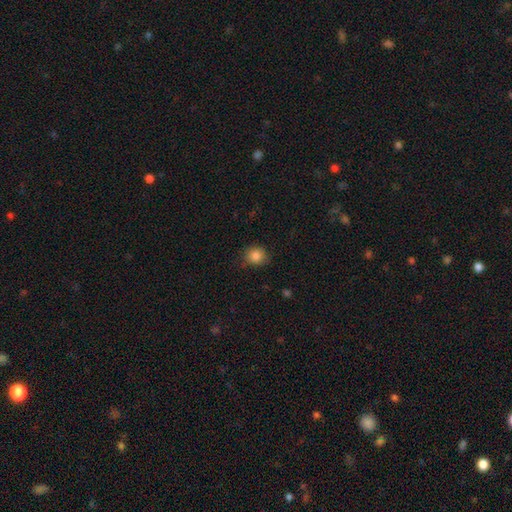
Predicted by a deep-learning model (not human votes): A smooth galaxy with no disk features (85%) that is round (84%). Merging: none (79%).